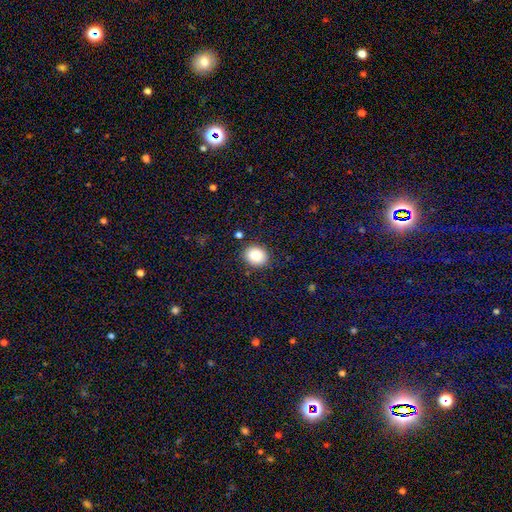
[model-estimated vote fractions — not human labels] smooth_or_featured: smooth (p=0.85) [alt: star or artifact p=0.09]
how_rounded: round (p=0.60) [alt: in between p=0.39]
merging: none (p=0.88) [alt: minor disturbance p=0.08]